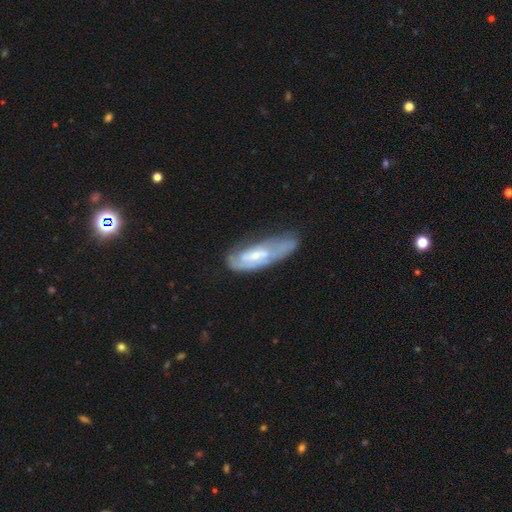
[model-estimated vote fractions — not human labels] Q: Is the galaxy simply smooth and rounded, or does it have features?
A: featured or disk — 62%.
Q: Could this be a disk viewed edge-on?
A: no — 82%.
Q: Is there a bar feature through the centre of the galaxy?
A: no — 52%.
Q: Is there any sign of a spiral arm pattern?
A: yes — 62%.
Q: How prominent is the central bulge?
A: small — 56%.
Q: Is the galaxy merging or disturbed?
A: none — 40%.